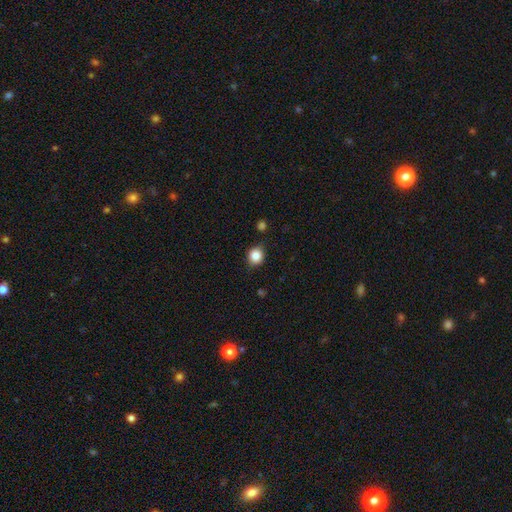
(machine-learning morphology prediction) A smooth galaxy with no disk features (84%) that is round (77%).

Vote fractions:
- Smooth or featured? smooth: 84% / star or artifact: 10% / featured or disk: 5%
- How rounded? round: 77% / in between: 22% / cigar-shaped: 1%
- Merging? none: 84% / minor disturbance: 11% / major disturbance: 2% / merger: 2%